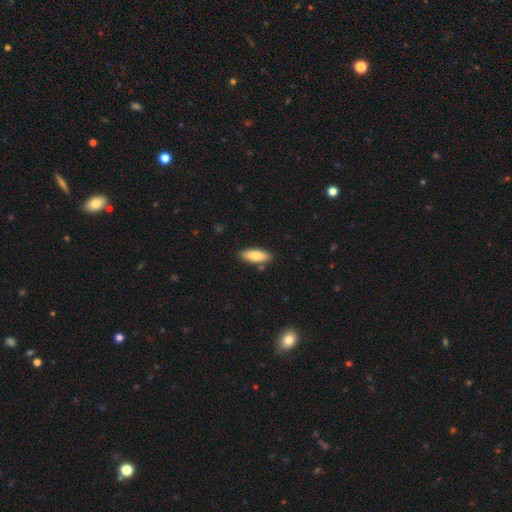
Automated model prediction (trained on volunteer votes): smooth 82%, featured or disk 12%, star or artifact 6%. Down the decision tree: how rounded — in between (67%); merging — none (84%).